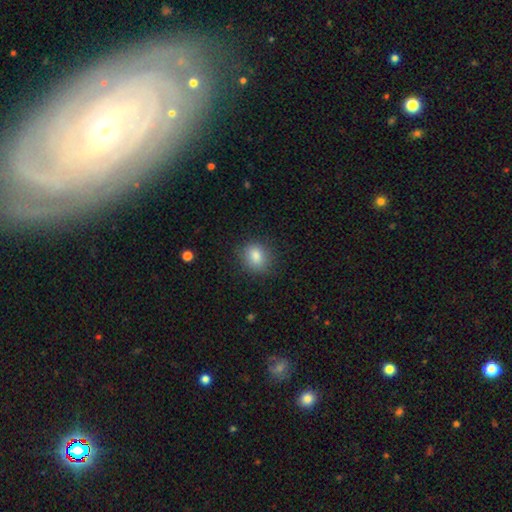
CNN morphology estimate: A smooth galaxy with no disk features (84%) that is round (62%). Merging: none (83%).